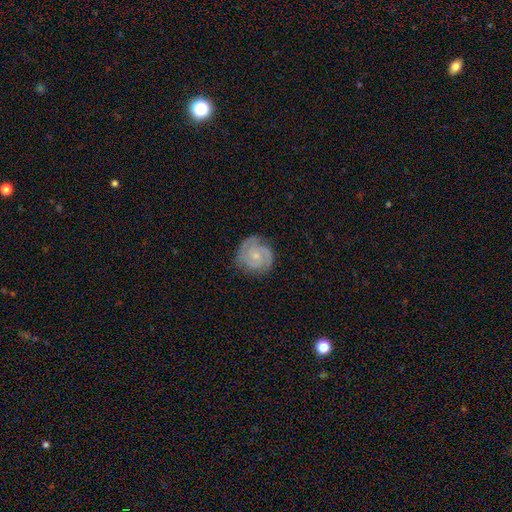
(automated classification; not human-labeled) smooth-or-featured: featured or disk: 84% | smooth: 10% | star or artifact: 5%
  disk-edge-on: no: 98% | yes: 2%
    bar: no: 68% | weak: 28% | strong: 5%
    has-spiral-arms: yes: 97% | no: 3%
      spiral-winding: tight: 63% | medium: 32% | loose: 5%
      spiral-arm-count: 2: 62% | 3: 22% | can't tell: 8% | 4: 3% | 1: 3% | more than 4: 3%
    bulge-size: small: 68% | moderate: 26% | none: 4% | large: 1% | dominant: 1%
  merging: none: 80% | minor disturbance: 15% | major disturbance: 4% | merger: 1%